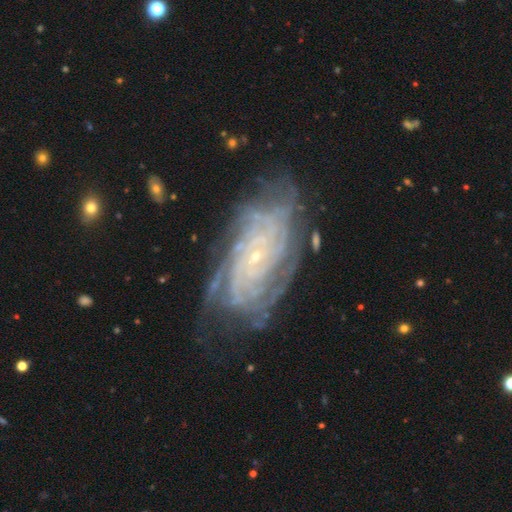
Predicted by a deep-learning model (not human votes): Smooth or featured? Predicted: featured or disk (p=0.87). Edge-on disk? Predicted: no (p=0.96). Bar? Predicted: no (p=0.73). Spiral arms? Predicted: yes (p=0.97). Spiral winding? Predicted: tight (p=0.77). Spiral arm count? Predicted: can't tell (p=0.28). Bulge size? Predicted: small (p=0.88). Merging? Predicted: none (p=0.71).